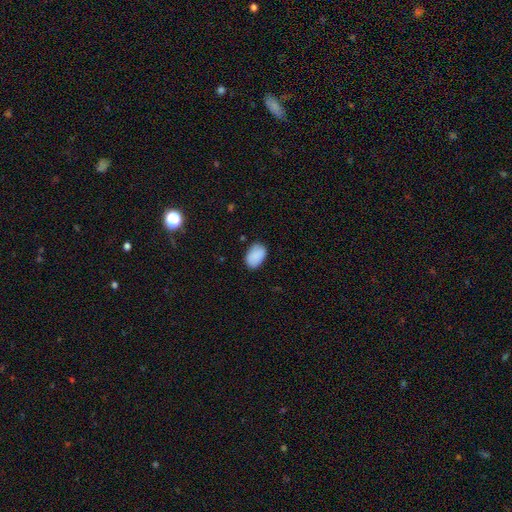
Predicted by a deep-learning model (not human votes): Overall: smooth (89%). How rounded: in between (89%). Merging: none (81%).